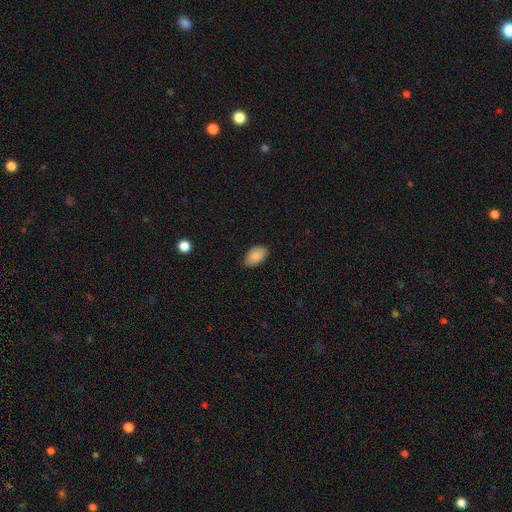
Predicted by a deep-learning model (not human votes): Overall: smooth (88%). How rounded: in between (93%). Merging: none (77%).